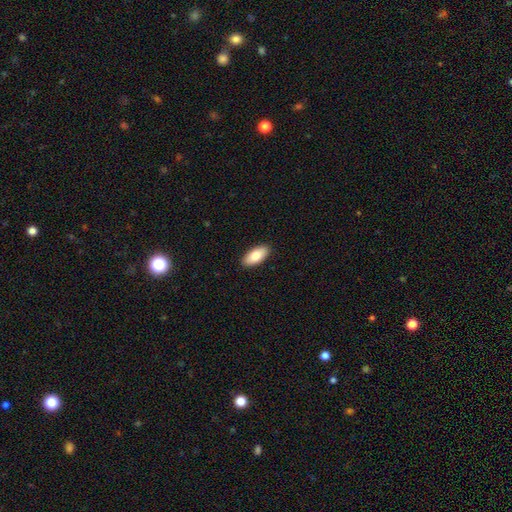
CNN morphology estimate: type=smooth (84%); roundness=in between (90%); merging=none (90%).